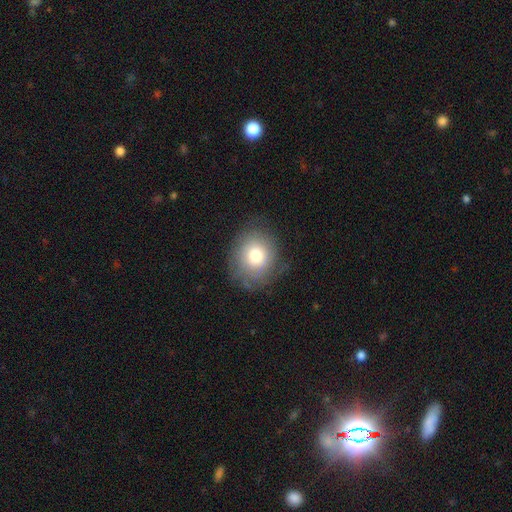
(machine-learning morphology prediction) Smooth or featured?
  - smooth: 73% *
  - featured or disk: 17%
  - star or artifact: 10%
How rounded?
  - round: 75% *
  - in between: 24%
  - cigar-shaped: 1%
Merging?
  - none: 74% *
  - minor disturbance: 18%
  - major disturbance: 8%
  - merger: 1%